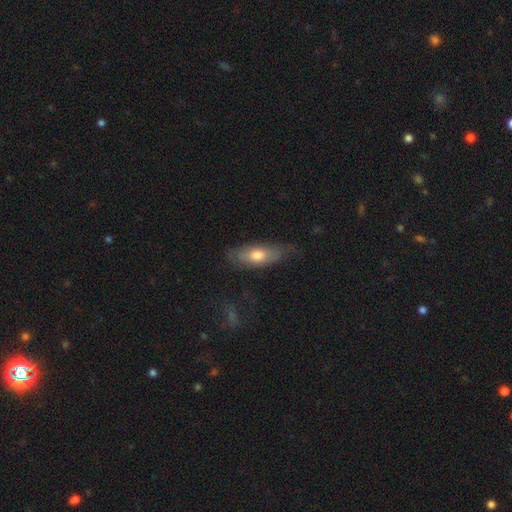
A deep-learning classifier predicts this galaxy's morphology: Smooth or featured? Predicted: smooth (p=0.55). How rounded? Predicted: in between (p=0.57). Merging? Predicted: none (p=0.66).